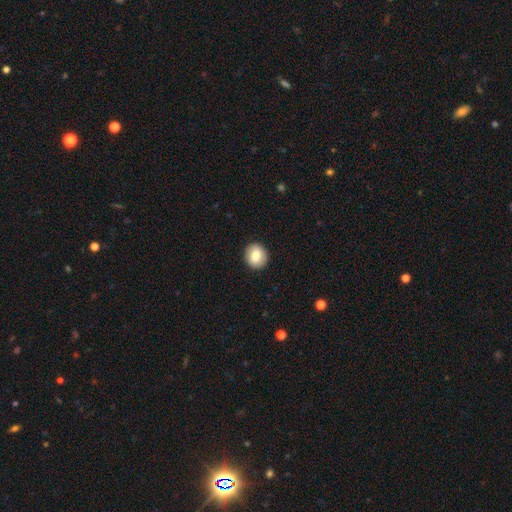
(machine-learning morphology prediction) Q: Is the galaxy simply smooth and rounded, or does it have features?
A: smooth — 81%.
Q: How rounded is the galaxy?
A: round — 81%.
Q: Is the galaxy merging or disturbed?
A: none — 91%.